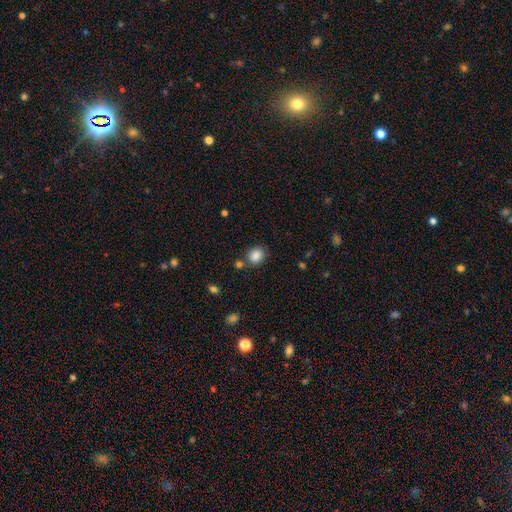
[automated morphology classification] smooth-or-featured: smooth: 86% | star or artifact: 10% | featured or disk: 4%
  how-rounded: round: 62% | in between: 37% | cigar-shaped: 1%
  merging: none: 76% | minor disturbance: 12% | merger: 9% | major disturbance: 4%